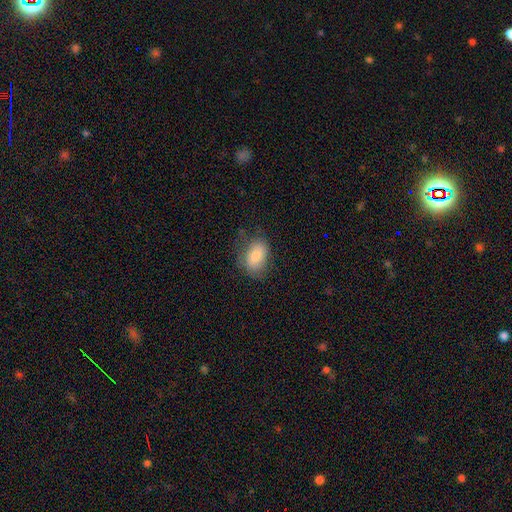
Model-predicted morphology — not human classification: The model was most divided on "merging": none: 68%, minor disturbance: 23%, major disturbance: 8%, merger: 1%. More confident: how rounded — in between (86%); smooth or featured — smooth (78%).